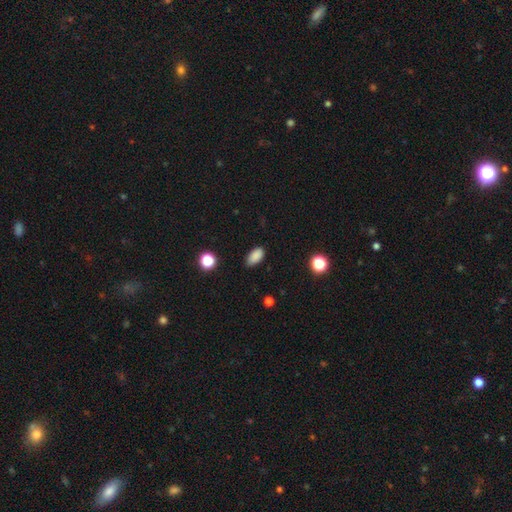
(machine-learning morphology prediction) smooth-or-featured: smooth: 86% | star or artifact: 10% | featured or disk: 4%
  how-rounded: in between: 92% | round: 5% | cigar-shaped: 3%
  merging: none: 83% | minor disturbance: 13% | major disturbance: 2% | merger: 1%